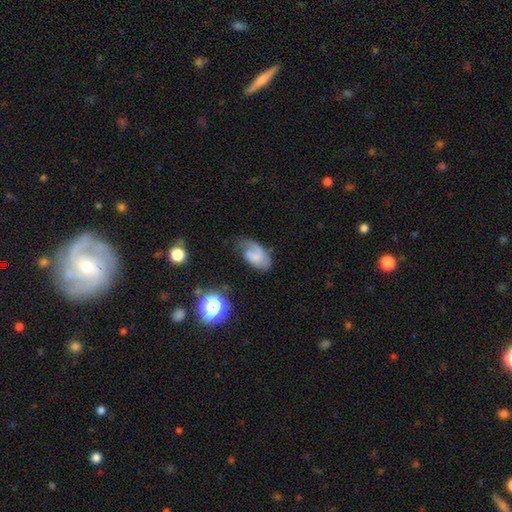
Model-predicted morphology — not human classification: This appears to be a featured or disk galaxy (48%). Merging: none (43%).